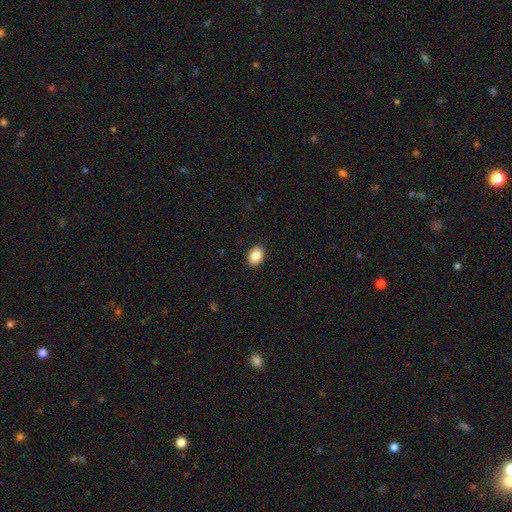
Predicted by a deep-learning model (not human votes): Smooth or featured?
  - smooth: 86% *
  - star or artifact: 8%
  - featured or disk: 6%
How rounded?
  - in between: 81% *
  - round: 18%
  - cigar-shaped: 1%
Merging?
  - none: 89% *
  - minor disturbance: 8%
  - major disturbance: 2%
  - merger: 1%